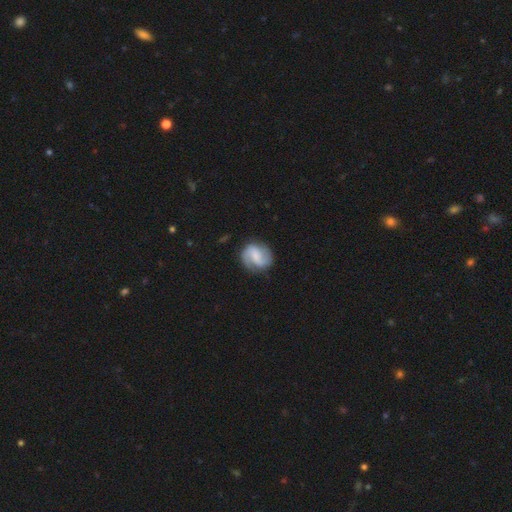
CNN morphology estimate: The model was most divided on "bulge size": small: 36%, none: 33%, moderate: 23%, large: 6%, dominant: 2%. Remaining: edge-on disk — no (98%); spiral arms — yes (95%); spiral arm count — 2 (84%); merging — none (77%); smooth or featured — featured or disk (73%); bar — weak (49%); spiral winding — medium (47%).